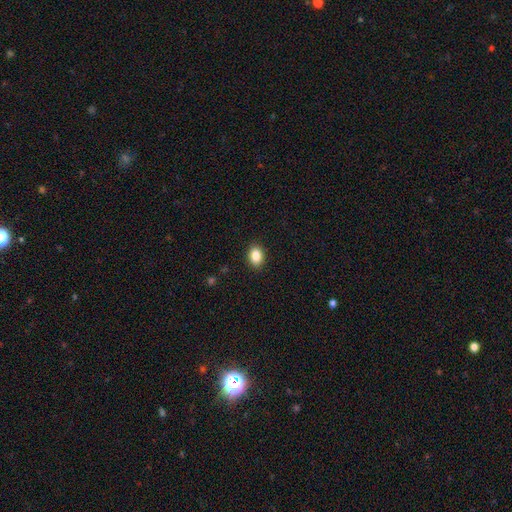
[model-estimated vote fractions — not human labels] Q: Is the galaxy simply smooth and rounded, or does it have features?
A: smooth — 86%.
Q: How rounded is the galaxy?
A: in between — 74%.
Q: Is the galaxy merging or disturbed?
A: none — 90%.